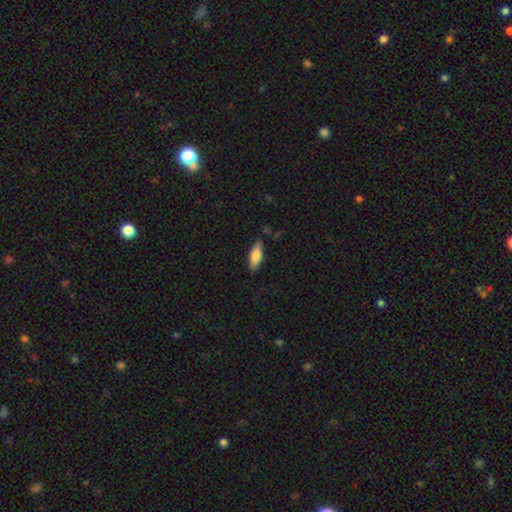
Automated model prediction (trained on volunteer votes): smooth-or-featured: smooth: 77% | featured or disk: 17% | star or artifact: 6%
  how-rounded: in between: 70% | cigar-shaped: 28% | round: 2%
  merging: none: 82% | minor disturbance: 13% | major disturbance: 3% | merger: 2%